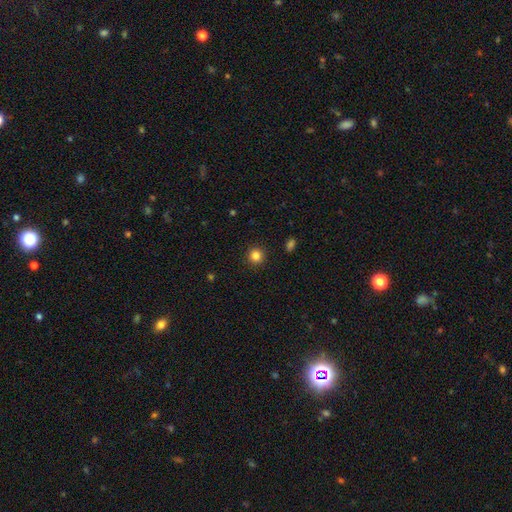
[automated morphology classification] Overall: smooth (84%). How rounded: round (94%). Merging: none (92%).